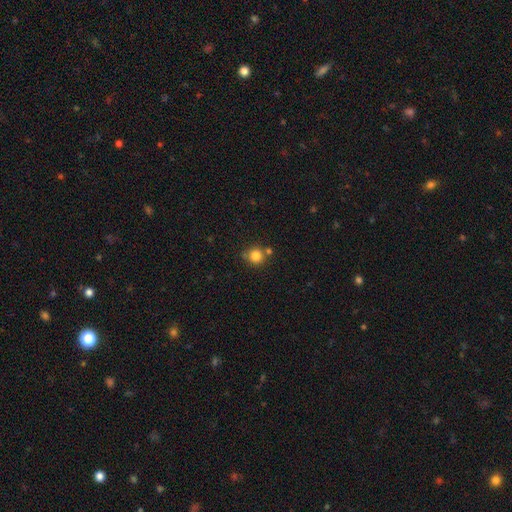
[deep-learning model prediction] Smooth or featured: smooth — 82% (star or artifact — 12%)
How rounded: round — 91% (in between — 8%)
Merging: none — 69% (merger — 15%)